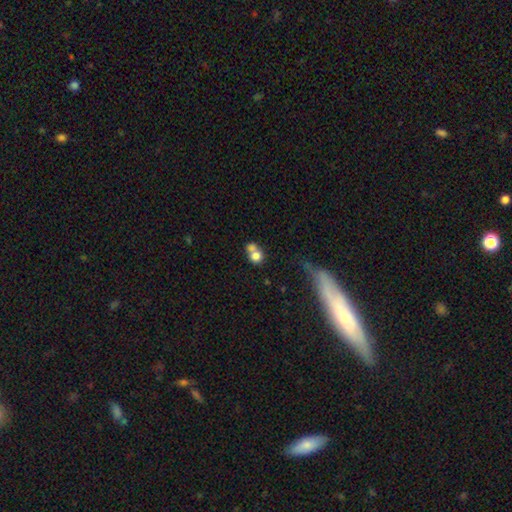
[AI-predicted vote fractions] A smooth galaxy with no disk features (73%) that is round (73%).

Vote fractions:
- Smooth or featured? smooth: 73% / featured or disk: 16% / star or artifact: 10%
- How rounded? round: 73% / in between: 25% / cigar-shaped: 1%
- Merging? merger: 58% / none: 30% / minor disturbance: 8% / major disturbance: 5%